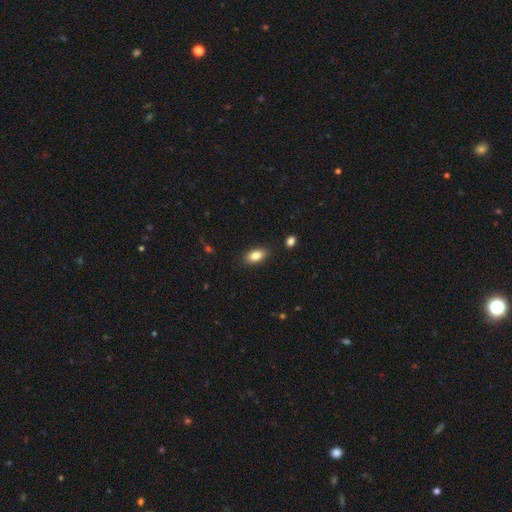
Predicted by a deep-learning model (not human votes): smooth_or_featured: smooth (p=0.84) [alt: featured or disk p=0.09]
how_rounded: in between (p=0.90) [alt: round p=0.05]
merging: none (p=0.88) [alt: minor disturbance p=0.09]